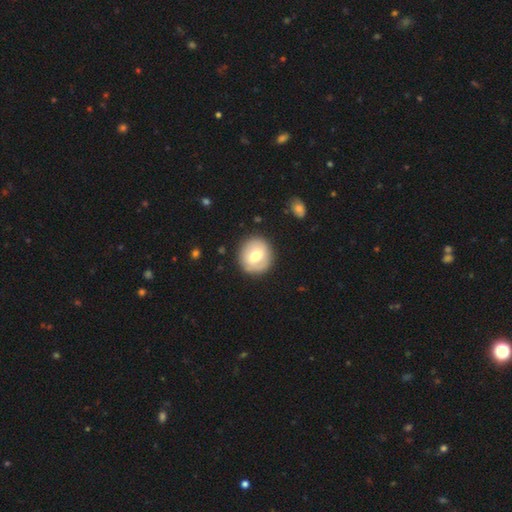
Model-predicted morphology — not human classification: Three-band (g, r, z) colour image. It shows a smooth galaxy with no disk features (59%) that is round (87%). Merging: none (87%).